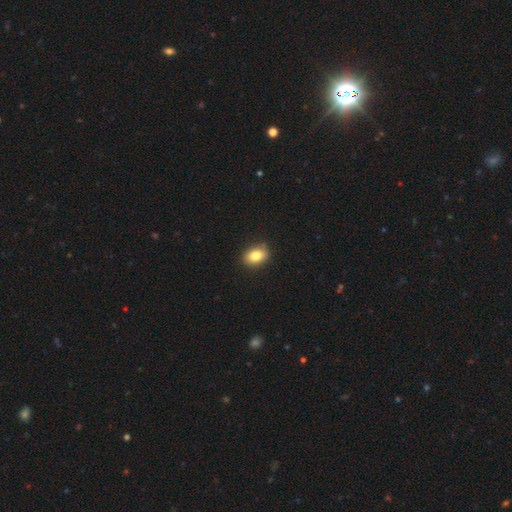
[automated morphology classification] A smooth galaxy with no disk features (83%) that is in between round and cigar-shaped (75%). Merging: none (87%).